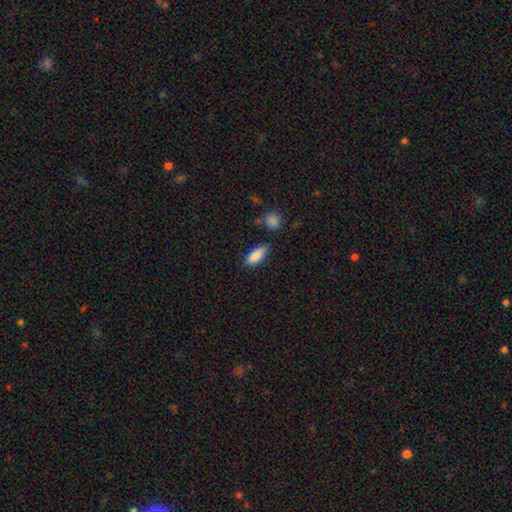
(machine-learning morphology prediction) Smooth or featured?
  - smooth: 86% *
  - featured or disk: 8%
  - star or artifact: 7%
How rounded?
  - in between: 75% *
  - cigar-shaped: 23%
  - round: 3%
Merging?
  - none: 79% *
  - minor disturbance: 14%
  - merger: 3%
  - major disturbance: 3%